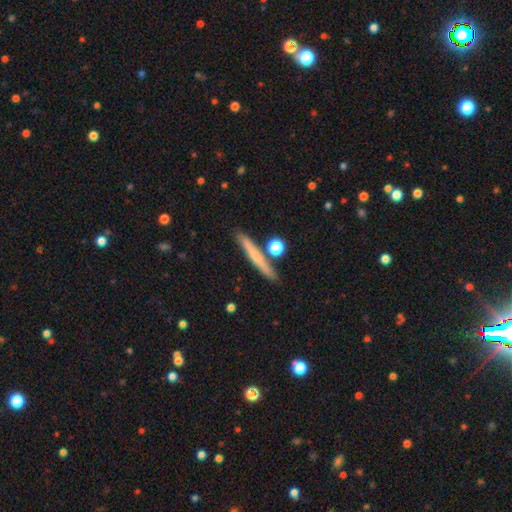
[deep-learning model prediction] Smooth or featured? Predicted: smooth (p=0.54). How rounded? Predicted: cigar-shaped (p=0.92). Merging? Predicted: none (p=0.83).